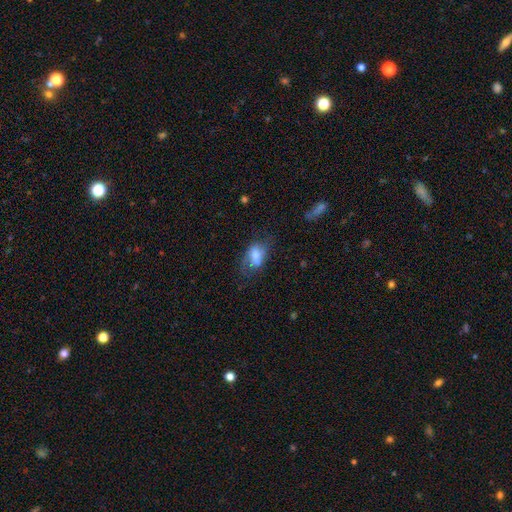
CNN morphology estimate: The model was most divided on "merging": none: 42%, minor disturbance: 30%, major disturbance: 23%, merger: 5%. More confident: how rounded — in between (86%); smooth or featured — smooth (61%).